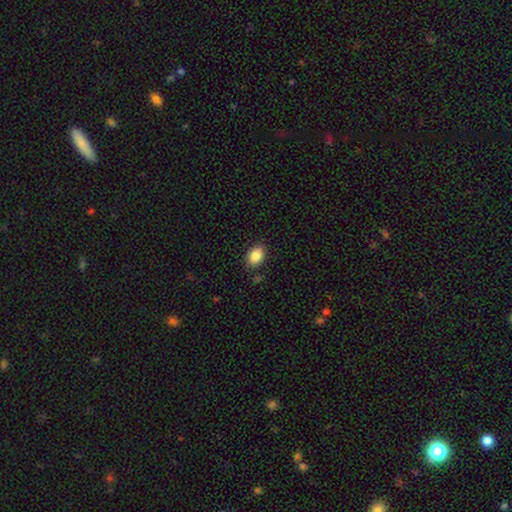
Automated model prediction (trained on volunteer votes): Smooth or featured?
  - smooth: 87% *
  - star or artifact: 8%
  - featured or disk: 5%
How rounded?
  - in between: 79% *
  - round: 20%
  - cigar-shaped: 1%
Merging?
  - none: 85% *
  - minor disturbance: 11%
  - major disturbance: 3%
  - merger: 2%